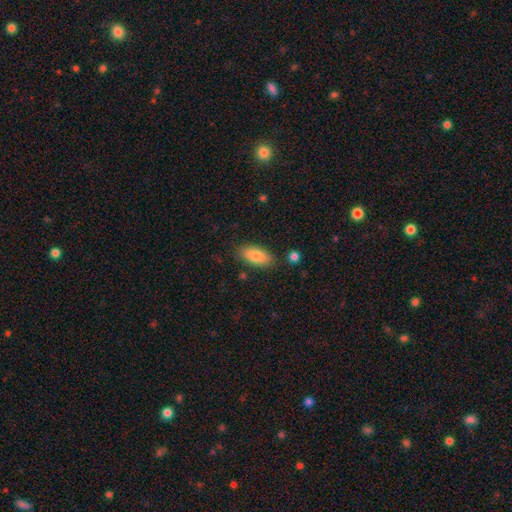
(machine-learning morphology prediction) Smooth or featured?
  - smooth: 83% *
  - featured or disk: 10%
  - star or artifact: 7%
How rounded?
  - in between: 89% *
  - cigar-shaped: 8%
  - round: 3%
Merging?
  - none: 84% *
  - minor disturbance: 11%
  - major disturbance: 3%
  - merger: 2%